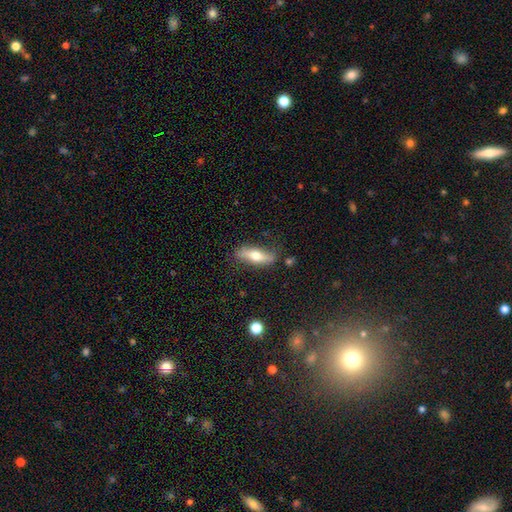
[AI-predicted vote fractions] smooth_or_featured: smooth (p=0.53) [alt: featured or disk p=0.41]
how_rounded: in between (p=0.49) [alt: cigar-shaped p=0.47]
merging: none (p=0.77) [alt: minor disturbance p=0.17]